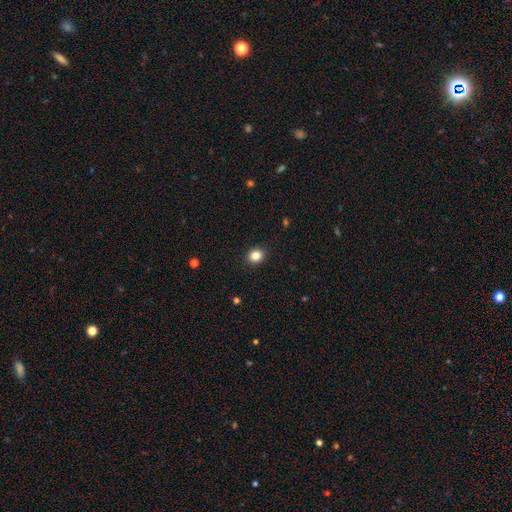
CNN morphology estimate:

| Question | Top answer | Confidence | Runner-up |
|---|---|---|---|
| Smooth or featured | smooth | 84% | star or artifact (11%) |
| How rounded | round | 74% | in between (25%) |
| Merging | none | 91% | minor disturbance (6%) |